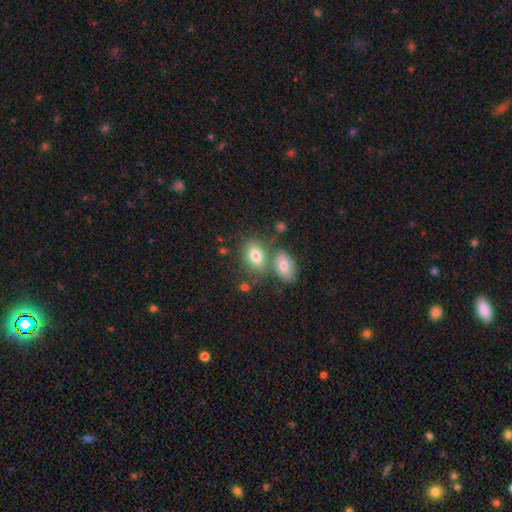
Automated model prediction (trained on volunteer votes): A smooth galaxy with no disk features (76%) that is in between round and cigar-shaped (84%).

Vote fractions:
- Smooth or featured? smooth: 76% / featured or disk: 14% / star or artifact: 9%
- How rounded? in between: 84% / round: 14% / cigar-shaped: 2%
- Merging? none: 52% / merger: 32% / minor disturbance: 12% / major disturbance: 4%